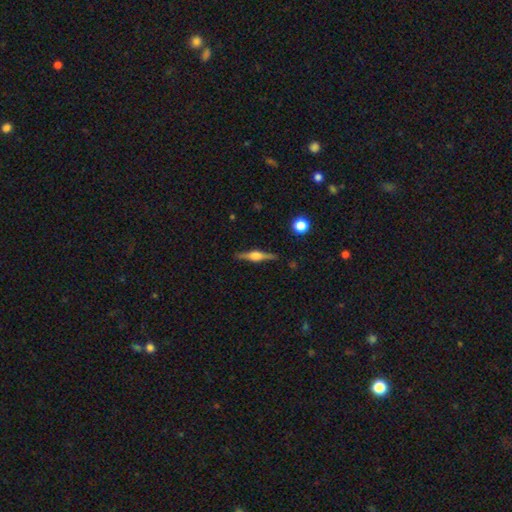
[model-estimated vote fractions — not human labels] A featured or disk galaxy (77%) viewed edge-on (98%) with a rounded central bulge (85%).

Vote fractions:
- Smooth or featured? featured or disk: 77% / smooth: 17% / star or artifact: 6%
- Edge-on disk? yes: 98% / no: 2%
- Edge-on bulge? rounded: 85% / boxy: 13% / none: 2%
- Merging? none: 88% / minor disturbance: 8% / major disturbance: 2% / merger: 1%